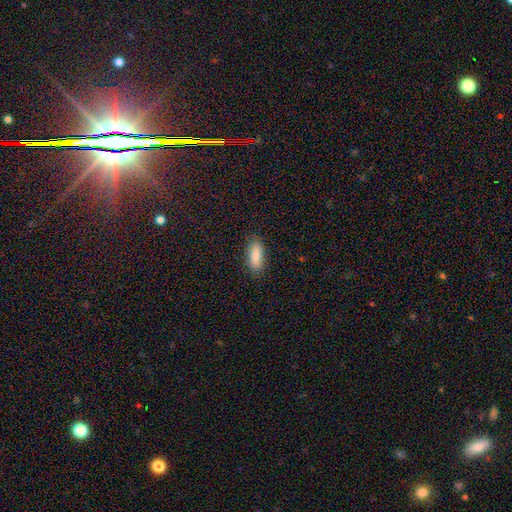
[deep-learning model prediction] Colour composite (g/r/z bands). It shows a smooth galaxy with no disk features (85%) that is in between round and cigar-shaped (73%). Merging: none (86%).